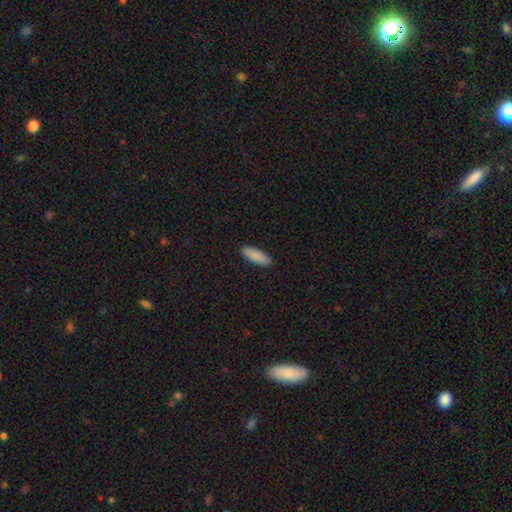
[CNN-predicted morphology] smooth 89%, star or artifact 6%, featured or disk 6%. Down the decision tree: how rounded — in between (54%); merging — none (91%).